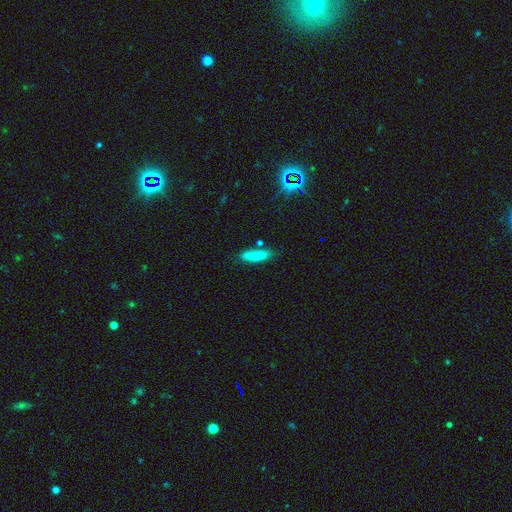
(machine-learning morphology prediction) The model was most divided on "how rounded": cigar-shaped: 62%, in between: 36%, round: 2%. More confident: smooth or featured — smooth (82%); merging — none (76%).